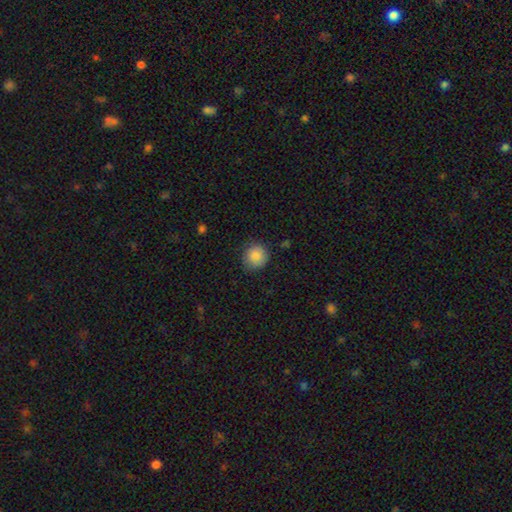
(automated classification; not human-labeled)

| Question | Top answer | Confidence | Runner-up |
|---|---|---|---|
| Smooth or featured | smooth | 87% | star or artifact (9%) |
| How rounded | round | 91% | in between (8%) |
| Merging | none | 83% | minor disturbance (13%) |